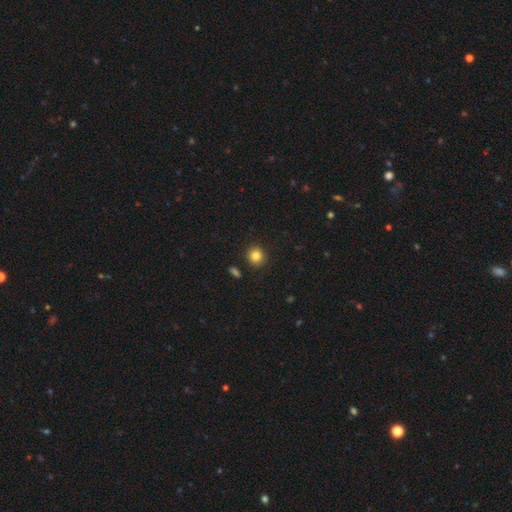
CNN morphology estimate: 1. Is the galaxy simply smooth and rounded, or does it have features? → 83% smooth, 11% star or artifact, 6% featured or disk.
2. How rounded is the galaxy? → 88% round, 11% in between, 1% cigar-shaped.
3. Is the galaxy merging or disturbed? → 90% none, 6% minor disturbance, 2% merger, 2% major disturbance.